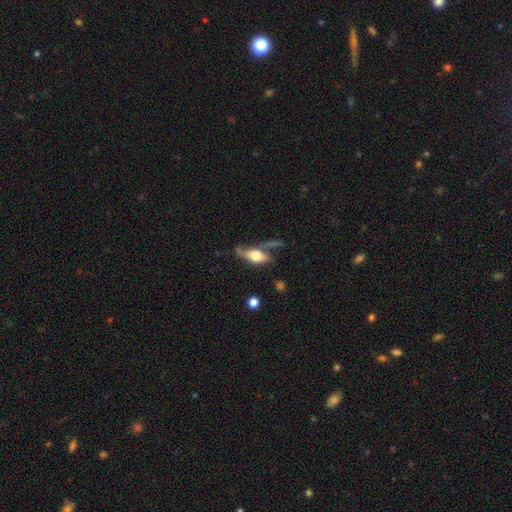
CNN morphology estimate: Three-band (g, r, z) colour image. It shows a smooth galaxy with no disk features (52%) that is in between round and cigar-shaped (74%). Merging: none (41%).